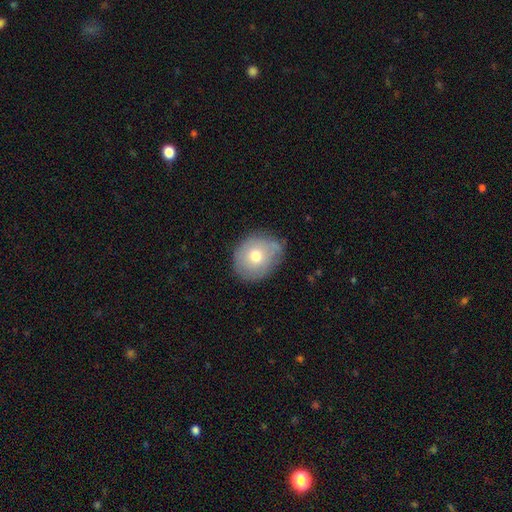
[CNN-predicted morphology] A smooth galaxy with no disk features (70%) that is round (60%).

Vote fractions:
- Smooth or featured? smooth: 70% / featured or disk: 22% / star or artifact: 9%
- How rounded? round: 60% / in between: 39% / cigar-shaped: 1%
- Merging? none: 69% / minor disturbance: 23% / major disturbance: 5% / merger: 2%